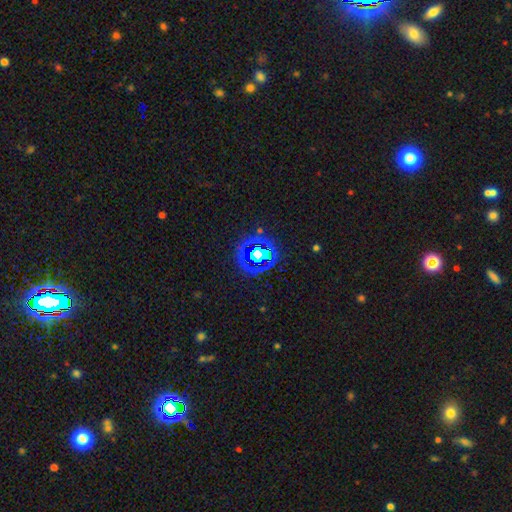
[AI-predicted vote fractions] Q: Smooth or featured?
A: star or artifact (64%); runner-up: smooth (22%)